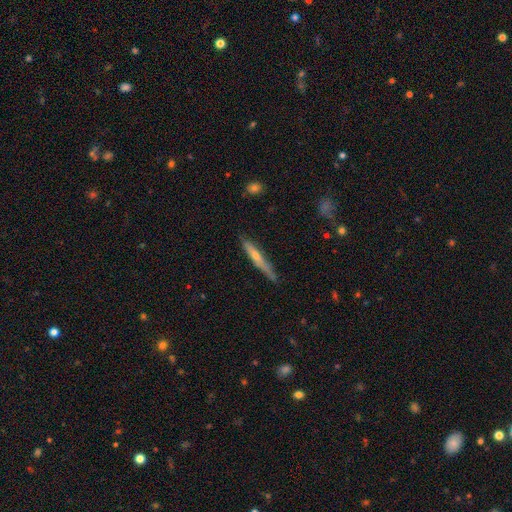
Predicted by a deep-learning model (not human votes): Q: Smooth or featured?
A: featured or disk (57%); runner-up: smooth (33%)
Q: Edge-on disk?
A: yes (94%); runner-up: no (6%)
Q: Edge-on bulge?
A: rounded (76%); runner-up: none (18%)
Q: Merging?
A: none (85%); runner-up: minor disturbance (11%)